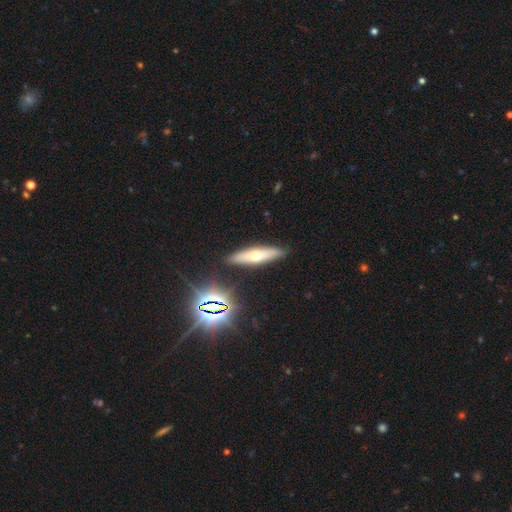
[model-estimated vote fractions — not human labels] A smooth galaxy with no disk features (49%). Merging: none (88%).